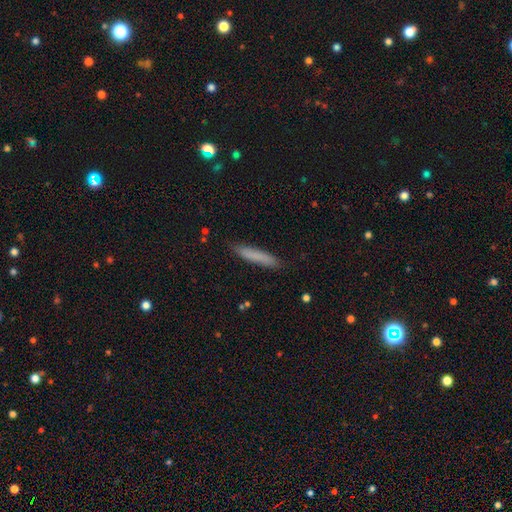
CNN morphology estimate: A smooth galaxy with no disk features (79%) that is cigar-shaped (91%). Merging: none (87%).